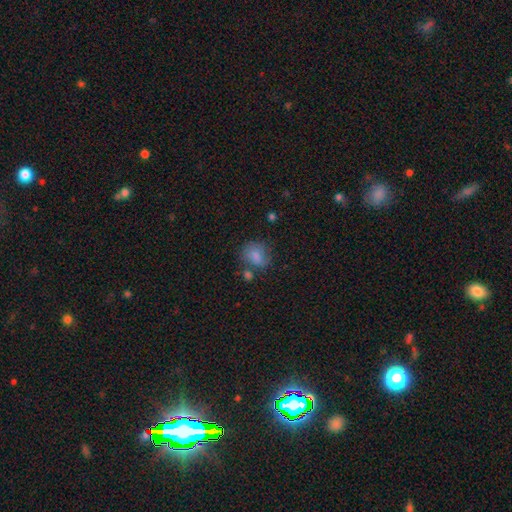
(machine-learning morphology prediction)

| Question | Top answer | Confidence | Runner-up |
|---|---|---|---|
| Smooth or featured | smooth | 77% | featured or disk (14%) |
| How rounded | round | 59% | in between (40%) |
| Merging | none | 55% | minor disturbance (23%) |